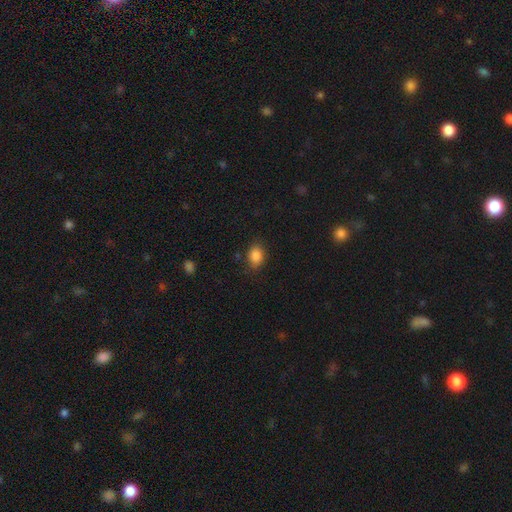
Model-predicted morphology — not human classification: smooth 86%, star or artifact 10%, featured or disk 4%. Down the decision tree: how rounded — in between (66%); merging — none (80%).